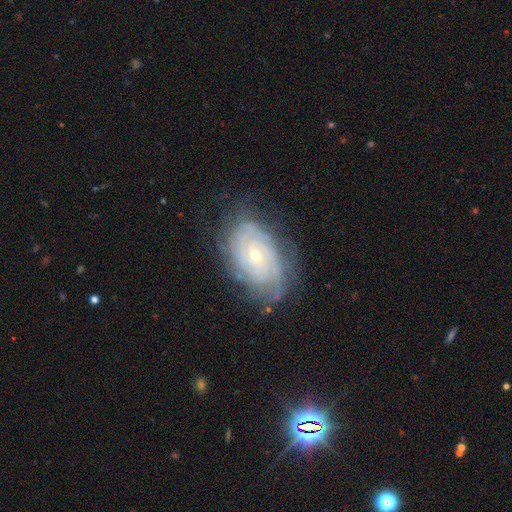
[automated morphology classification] type=featured or disk (81%); edge-on=no (96%); bar=no (77%); spiral arms=yes (93%); winding=tight (79%); arm count=can't tell (46%); bulge=small (65%); merging=none (74%).